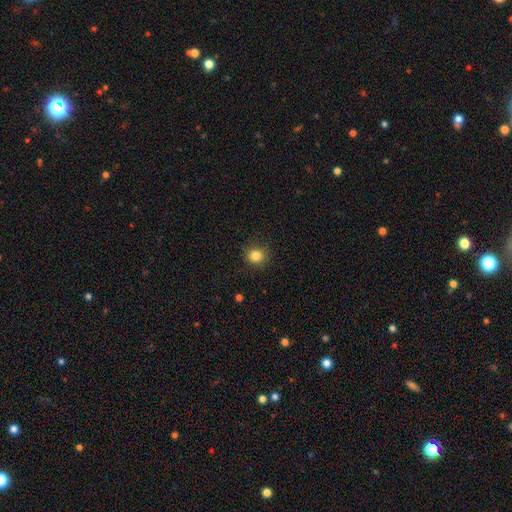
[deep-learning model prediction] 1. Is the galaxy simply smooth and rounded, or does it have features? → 83% smooth, 12% star or artifact, 5% featured or disk.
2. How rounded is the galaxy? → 87% round, 12% in between, 1% cigar-shaped.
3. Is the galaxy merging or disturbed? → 89% none, 7% minor disturbance, 2% major disturbance, 1% merger.